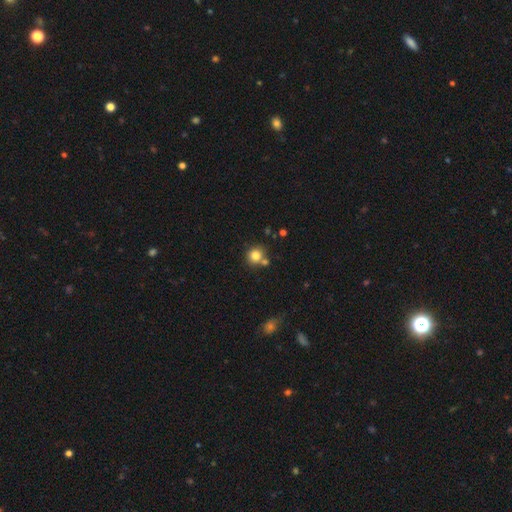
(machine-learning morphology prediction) The model was most divided on "merging": none: 69%, merger: 19%, minor disturbance: 10%, major disturbance: 3%. More confident: how rounded — round (89%); smooth or featured — smooth (80%).